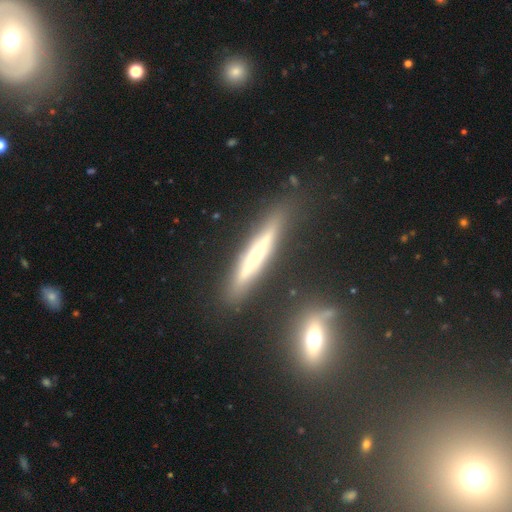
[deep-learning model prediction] Overall: featured or disk (63%; smooth 30%). Edge-on disk: yes (91%). Edge-on bulge: rounded (65%; none 28%). Merging: none (79%).